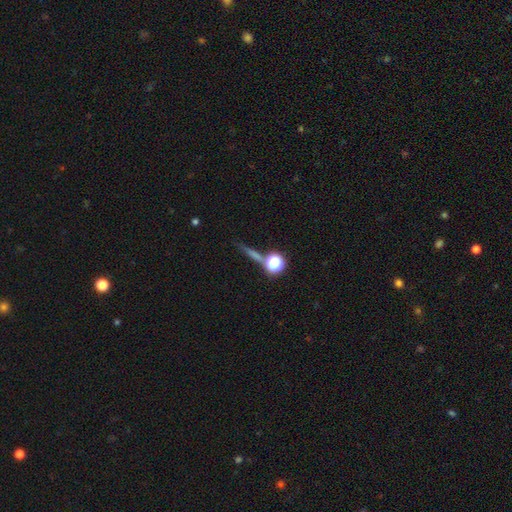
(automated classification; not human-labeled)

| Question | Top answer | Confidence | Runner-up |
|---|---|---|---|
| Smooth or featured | star or artifact | 39% | smooth (38%) |